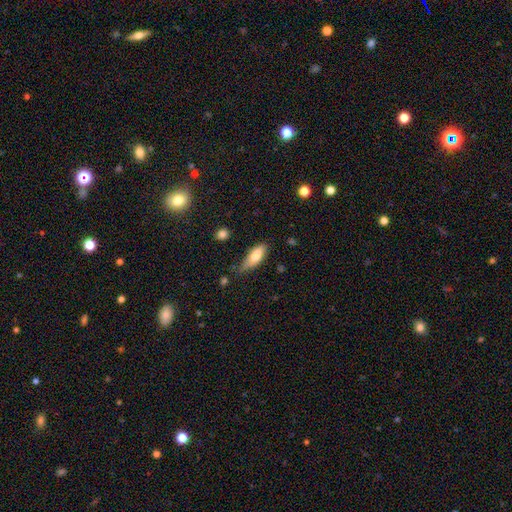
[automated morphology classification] smooth 72%, featured or disk 22%, star or artifact 7%. Down the decision tree: how rounded — in between (70%); merging — none (55%).